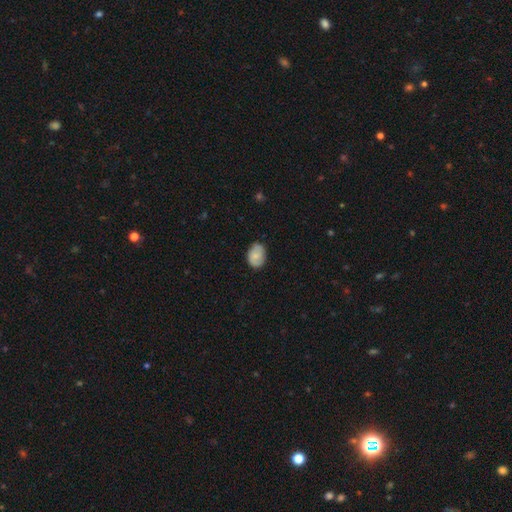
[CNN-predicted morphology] Smooth or featured?
  - smooth: 71% *
  - featured or disk: 22%
  - star or artifact: 7%
How rounded?
  - in between: 75% *
  - round: 24%
  - cigar-shaped: 1%
Merging?
  - none: 79% *
  - minor disturbance: 17%
  - major disturbance: 3%
  - merger: 1%